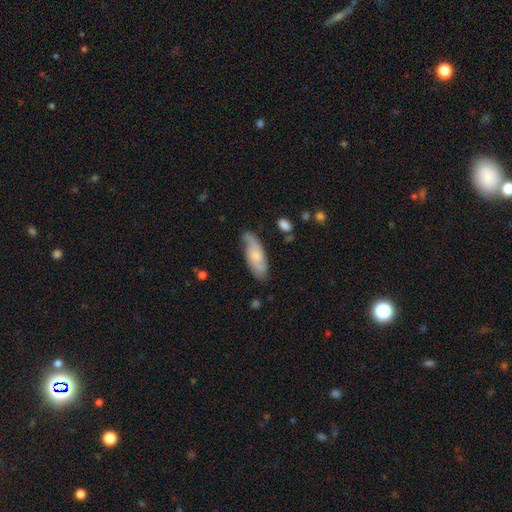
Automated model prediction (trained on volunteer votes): smooth-or-featured: featured or disk: 54% | smooth: 40% | star or artifact: 6%
  disk-edge-on: no: 85% | yes: 15%
  merging: none: 70% | minor disturbance: 22% | major disturbance: 5% | merger: 2%